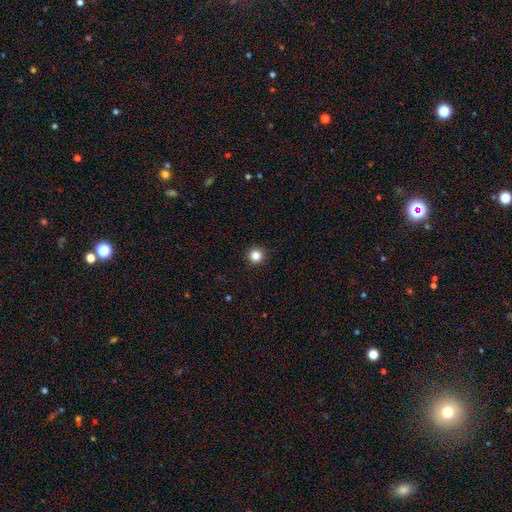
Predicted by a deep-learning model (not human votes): Overall: smooth (84%). How rounded: round (95%). Merging: none (92%).